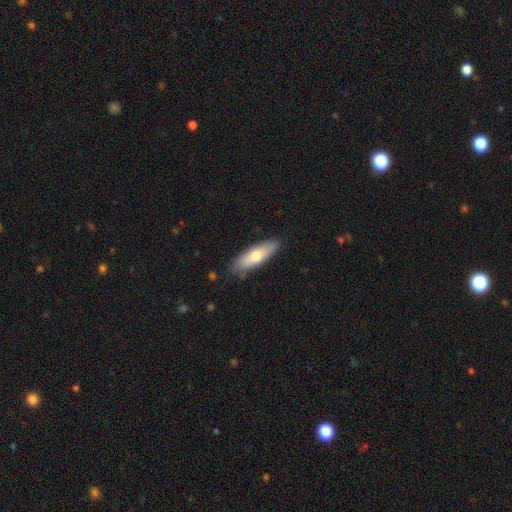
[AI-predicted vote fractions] A smooth galaxy with no disk features (69%) that is in between round and cigar-shaped (53%).

Vote fractions:
- Smooth or featured? smooth: 69% / featured or disk: 26% / star or artifact: 6%
- How rounded? in between: 53% / cigar-shaped: 45% / round: 2%
- Merging? none: 84% / minor disturbance: 12% / major disturbance: 2% / merger: 1%